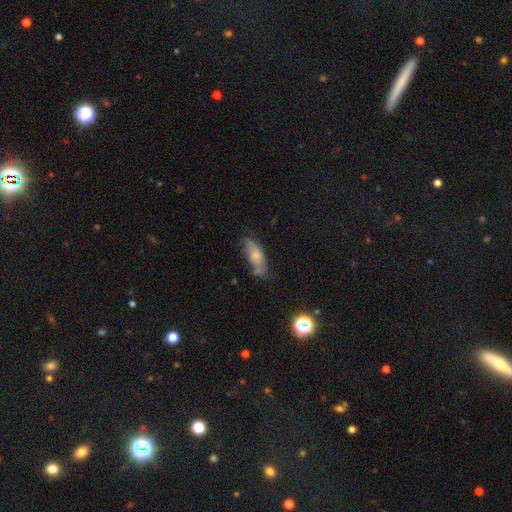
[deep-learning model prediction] smooth 61%, featured or disk 31%, star or artifact 9%. Down the decision tree: how rounded — in between (72%); merging — none (45%).